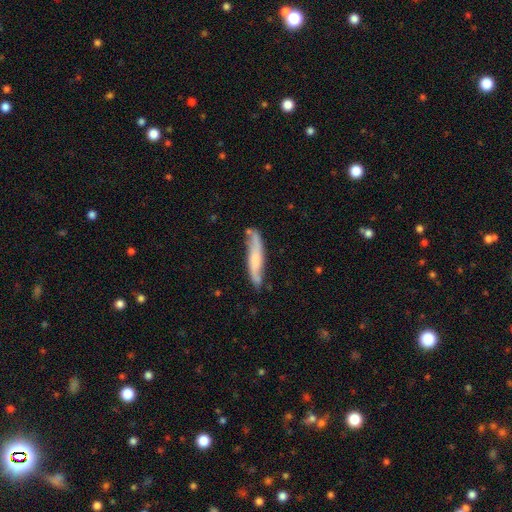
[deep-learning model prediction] smooth_or_featured: featured or disk (p=0.49) [alt: smooth p=0.45]
merging: none (p=0.70) [alt: minor disturbance p=0.22]